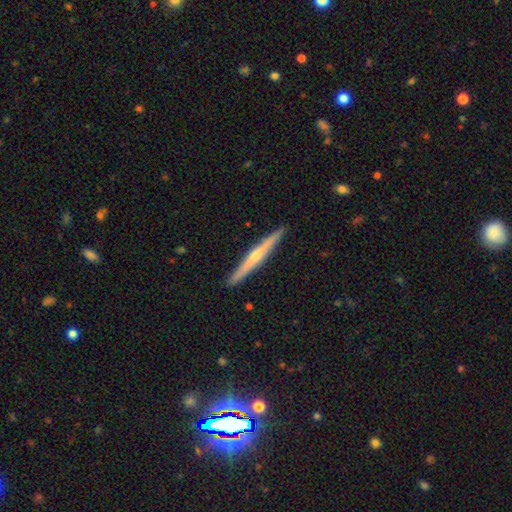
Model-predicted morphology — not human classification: Q: Smooth or featured?
A: featured or disk (66%); runner-up: smooth (24%)
Q: Edge-on disk?
A: yes (97%); runner-up: no (3%)
Q: Edge-on bulge?
A: rounded (76%); runner-up: none (19%)
Q: Merging?
A: none (90%); runner-up: minor disturbance (7%)